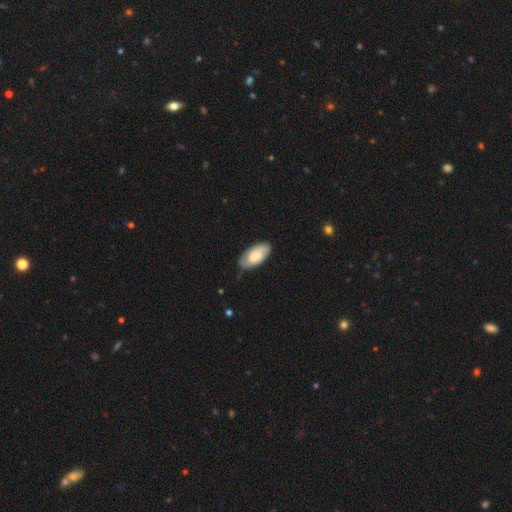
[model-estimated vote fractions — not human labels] Smooth or featured?
  - smooth: 64% *
  - featured or disk: 30%
  - star or artifact: 6%
How rounded?
  - in between: 94% *
  - cigar-shaped: 4%
  - round: 2%
Merging?
  - none: 69% *
  - minor disturbance: 25%
  - major disturbance: 5%
  - merger: 1%